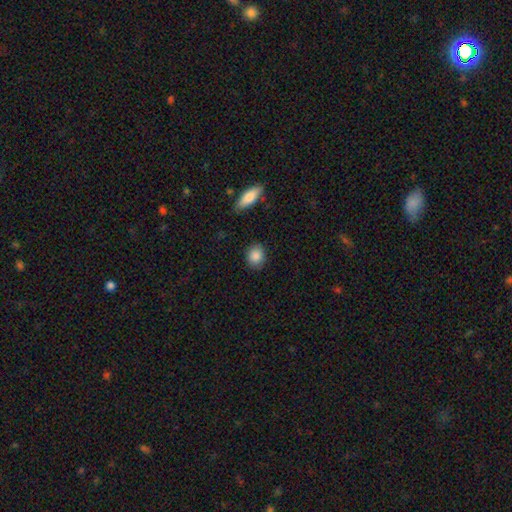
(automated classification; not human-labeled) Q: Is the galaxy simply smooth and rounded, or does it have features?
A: smooth — 87%.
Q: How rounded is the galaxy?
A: round — 61%.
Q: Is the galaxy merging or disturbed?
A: none — 87%.